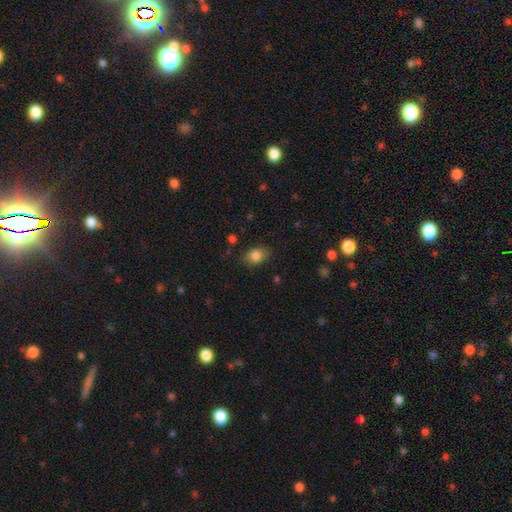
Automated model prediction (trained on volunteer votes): Smooth or featured?
  - smooth: 84% *
  - star or artifact: 9%
  - featured or disk: 8%
How rounded?
  - in between: 78% *
  - round: 21%
  - cigar-shaped: 1%
Merging?
  - none: 82% *
  - minor disturbance: 13%
  - major disturbance: 3%
  - merger: 1%